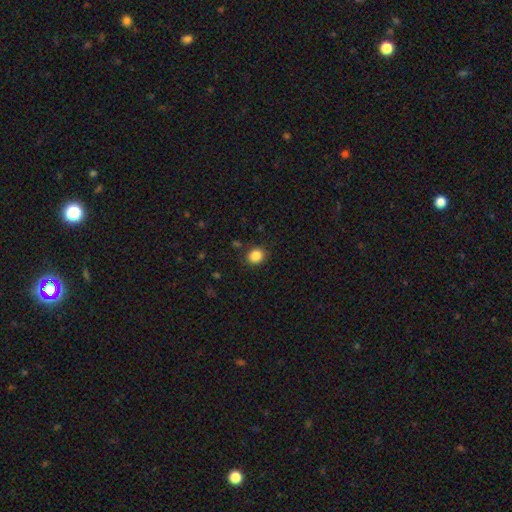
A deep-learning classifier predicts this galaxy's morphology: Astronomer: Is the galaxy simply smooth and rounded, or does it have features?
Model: smooth — 86%.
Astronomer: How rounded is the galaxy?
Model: round — 73%.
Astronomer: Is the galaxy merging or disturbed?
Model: none — 88%.